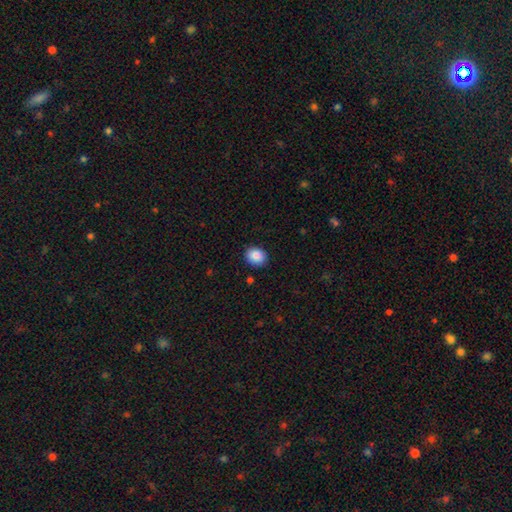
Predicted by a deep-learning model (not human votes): Smooth or featured?
  - smooth: 89% *
  - star or artifact: 8%
  - featured or disk: 3%
How rounded?
  - round: 54% *
  - in between: 45%
  - cigar-shaped: 1%
Merging?
  - none: 88% *
  - minor disturbance: 8%
  - major disturbance: 2%
  - merger: 1%